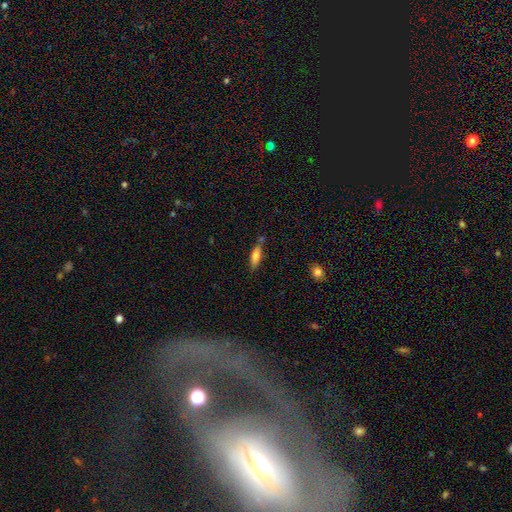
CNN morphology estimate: Smooth or featured? Predicted: smooth (p=0.72). How rounded? Predicted: cigar-shaped (p=0.55). Merging? Predicted: none (p=0.70).